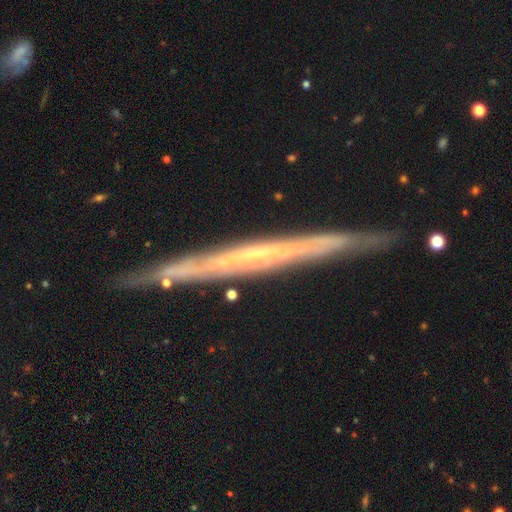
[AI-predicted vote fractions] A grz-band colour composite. It shows a featured or disk galaxy (74%) viewed edge-on (94%) with no central bulge (84%). Merging: none (86%).